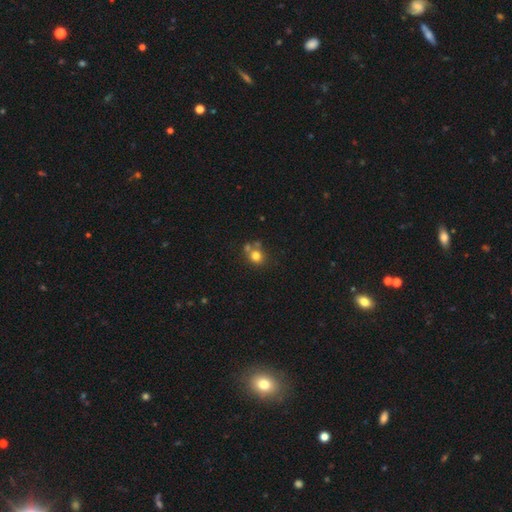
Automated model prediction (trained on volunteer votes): Smooth or featured? Predicted: smooth (p=0.76). How rounded? Predicted: round (p=0.77). Merging? Predicted: none (p=0.54).